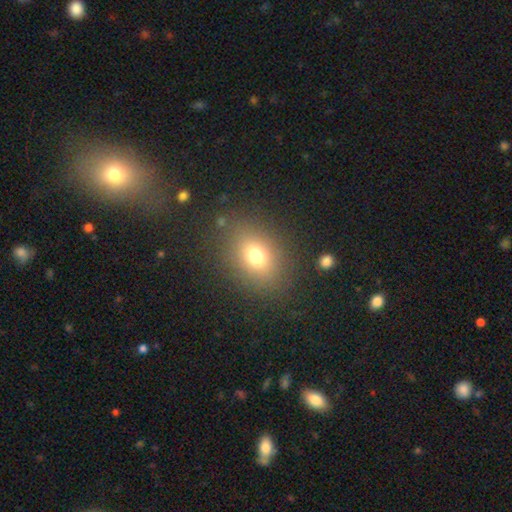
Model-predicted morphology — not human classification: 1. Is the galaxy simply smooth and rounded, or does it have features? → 74% smooth, 14% star or artifact, 12% featured or disk.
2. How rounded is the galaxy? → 64% in between, 34% round, 2% cigar-shaped.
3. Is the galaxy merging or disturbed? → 83% none, 10% minor disturbance, 5% major disturbance, 2% merger.